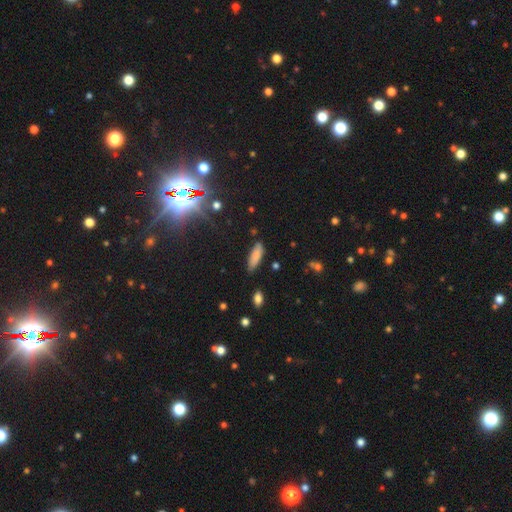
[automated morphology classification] smooth_or_featured: smooth (p=0.81) [alt: featured or disk p=0.10]
how_rounded: in between (p=0.54) [alt: cigar-shaped p=0.44]
merging: none (p=0.79) [alt: minor disturbance p=0.16]